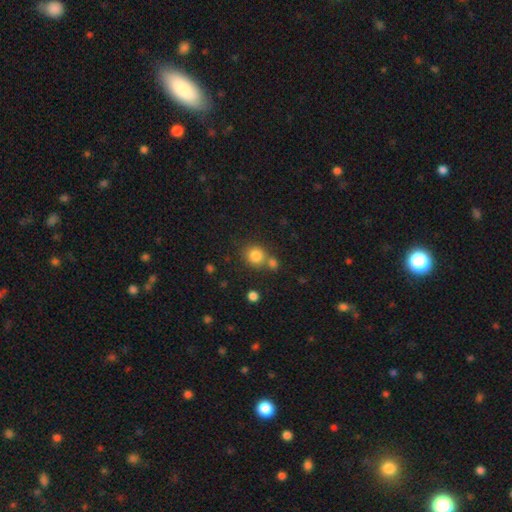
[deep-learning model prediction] A smooth galaxy with no disk features (82%) that is round (86%). Merging: none (60%).